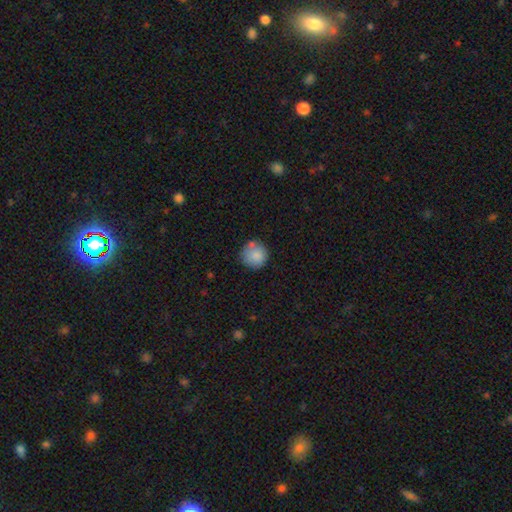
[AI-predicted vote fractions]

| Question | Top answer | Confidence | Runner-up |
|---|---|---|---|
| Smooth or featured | smooth | 85% | star or artifact (8%) |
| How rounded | round | 93% | in between (6%) |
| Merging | none | 72% | minor disturbance (15%) |